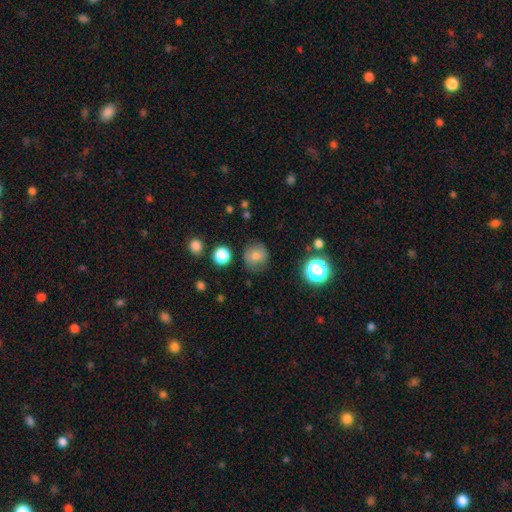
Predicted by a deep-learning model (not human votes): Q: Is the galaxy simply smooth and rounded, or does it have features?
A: smooth — 76%.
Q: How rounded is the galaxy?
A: round — 88%.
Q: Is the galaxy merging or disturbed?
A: none — 76%.